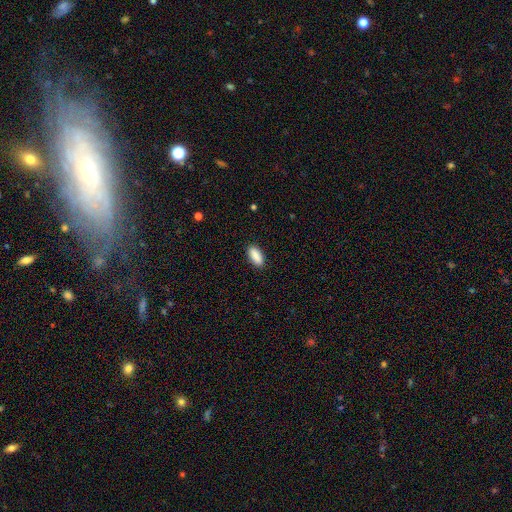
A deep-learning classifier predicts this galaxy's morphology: A smooth galaxy with no disk features (90%) that is in between round and cigar-shaped (87%).

Vote fractions:
- Smooth or featured? smooth: 90% / star or artifact: 6% / featured or disk: 3%
- How rounded? in between: 87% / cigar-shaped: 11% / round: 2%
- Merging? none: 90% / minor disturbance: 7% / major disturbance: 2% / merger: 1%